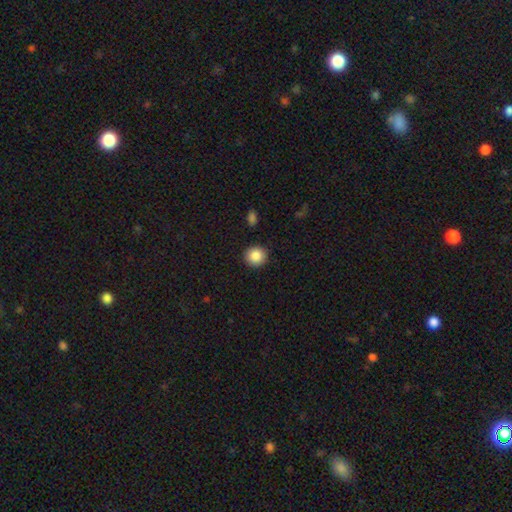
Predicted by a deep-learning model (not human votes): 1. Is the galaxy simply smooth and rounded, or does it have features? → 87% smooth, 8% star or artifact, 4% featured or disk.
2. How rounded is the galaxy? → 92% round, 7% in between, 1% cigar-shaped.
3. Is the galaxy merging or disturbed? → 91% none, 6% minor disturbance, 2% major disturbance, 1% merger.